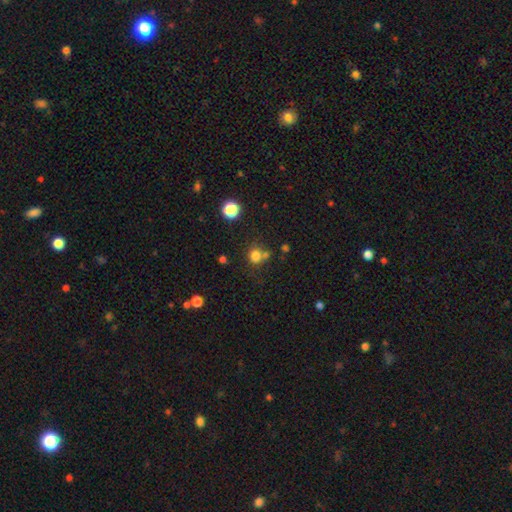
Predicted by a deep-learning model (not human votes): The model was most divided on "merging": none: 61%, merger: 22%, minor disturbance: 11%, major disturbance: 5%. More confident: how rounded — round (83%); smooth or featured — smooth (78%).